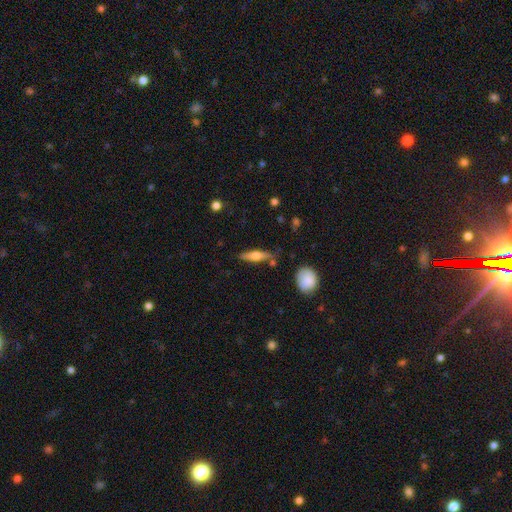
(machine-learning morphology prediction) Overall: smooth (48%; featured or disk 46%). Merging: none (80%).